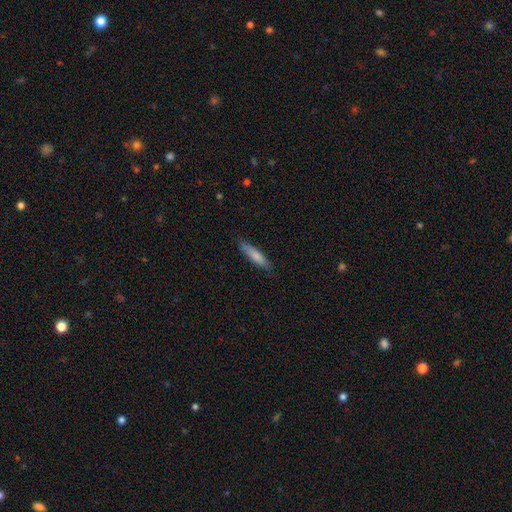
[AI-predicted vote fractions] Smooth or featured: smooth — 79% (featured or disk — 15%)
How rounded: cigar-shaped — 78% (in between — 20%)
Merging: none — 80% (minor disturbance — 16%)